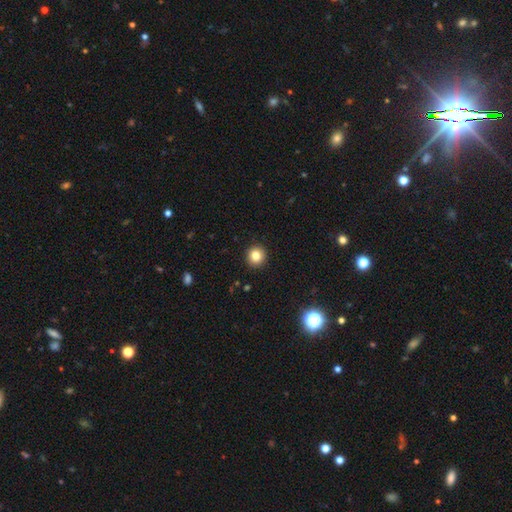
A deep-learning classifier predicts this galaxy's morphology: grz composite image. It shows a smooth galaxy with no disk features (82%) that is round (93%). Merging: none (93%).